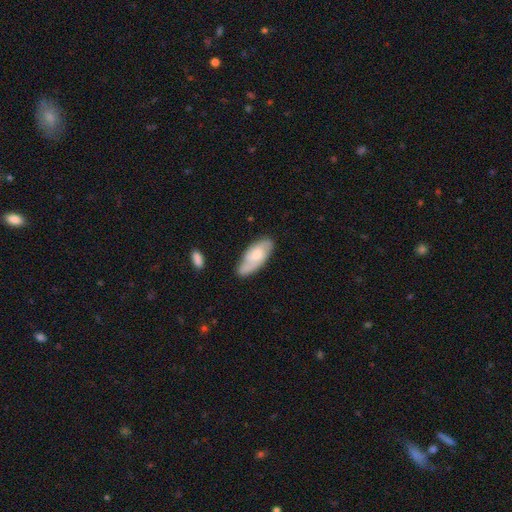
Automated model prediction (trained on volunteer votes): Smooth or featured? Predicted: smooth (p=0.53). How rounded? Predicted: in between (p=0.83). Merging? Predicted: none (p=0.62).